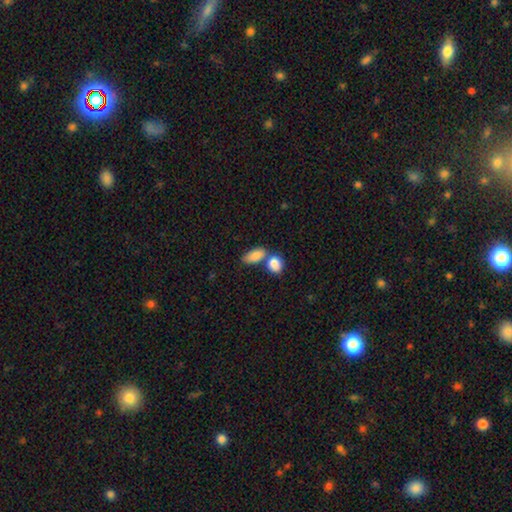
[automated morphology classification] Smooth or featured? Predicted: smooth (p=0.86). How rounded? Predicted: in between (p=0.88). Merging? Predicted: merger (p=0.43).